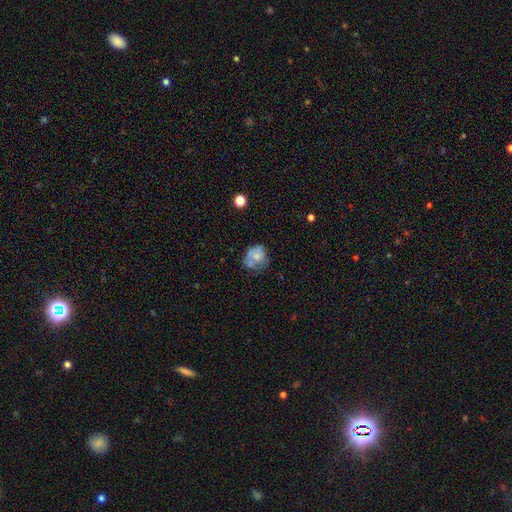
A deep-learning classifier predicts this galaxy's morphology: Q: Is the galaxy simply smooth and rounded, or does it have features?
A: smooth — 64%.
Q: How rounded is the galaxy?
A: round — 68%.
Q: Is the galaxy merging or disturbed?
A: none — 49%.